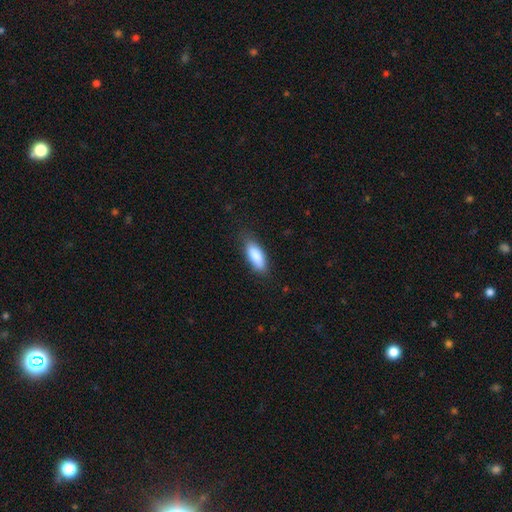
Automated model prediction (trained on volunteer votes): smooth-or-featured: smooth: 86% | featured or disk: 8% | star or artifact: 6%
  how-rounded: in between: 74% | cigar-shaped: 24% | round: 2%
  merging: none: 79% | minor disturbance: 17% | major disturbance: 3% | merger: 1%